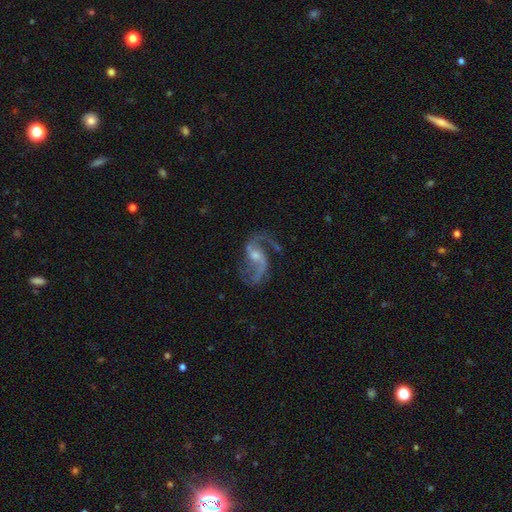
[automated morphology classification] type=featured or disk (90%); edge-on=no (98%); bar=weak (43%); spiral arms=yes (97%); winding=loose (62%); arm count=2 (91%); bulge=small (52%); merging=none (67%).